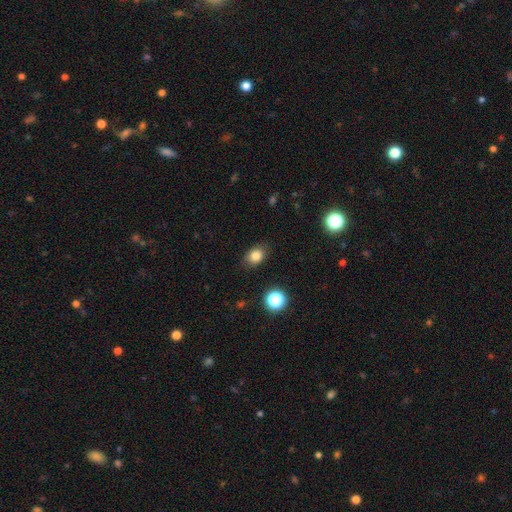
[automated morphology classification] smooth 82%, star or artifact 12%, featured or disk 6%. Down the decision tree: how rounded — in between (57%); merging — none (83%).